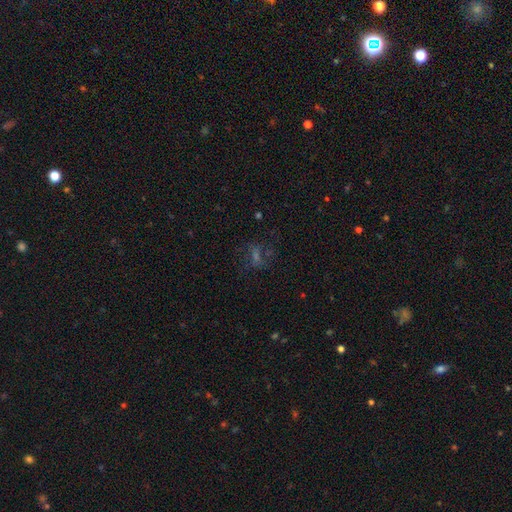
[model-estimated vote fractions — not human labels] Smooth or featured? star or artifact (37%)